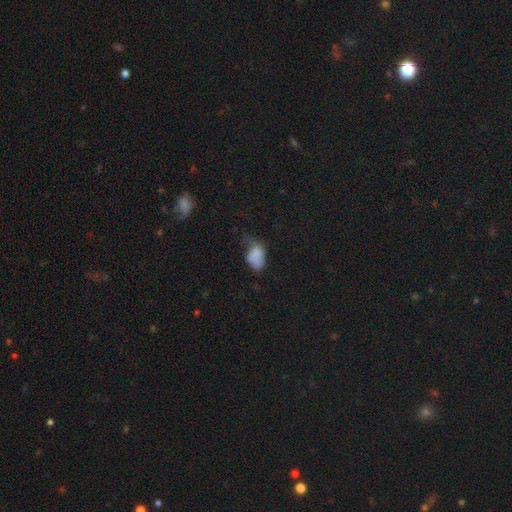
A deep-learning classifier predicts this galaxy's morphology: Smooth or featured: smooth — 72% (featured or disk — 17%)
How rounded: in between — 86% (round — 12%)
Merging: major disturbance — 36% (minor disturbance — 33%)